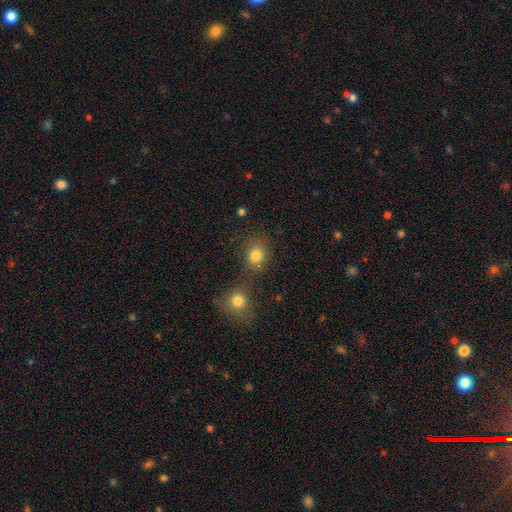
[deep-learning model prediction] Q: Smooth or featured?
A: smooth (81%); runner-up: star or artifact (13%)
Q: How rounded?
A: round (73%); runner-up: in between (25%)
Q: Merging?
A: none (63%); runner-up: merger (23%)